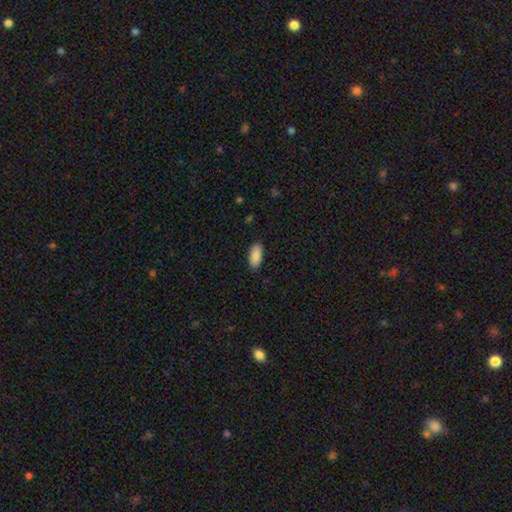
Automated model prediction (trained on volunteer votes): Q: Smooth or featured?
A: smooth (89%); runner-up: star or artifact (6%)
Q: How rounded?
A: in between (90%); runner-up: cigar-shaped (8%)
Q: Merging?
A: none (87%); runner-up: minor disturbance (10%)